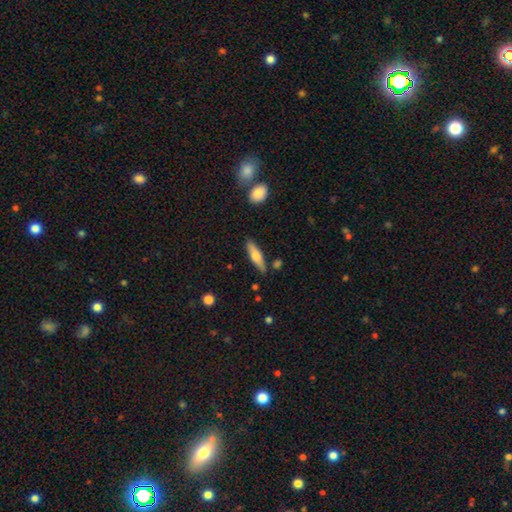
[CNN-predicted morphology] The model was most divided on "smooth or featured": smooth: 57%, featured or disk: 37%, star or artifact: 6%. More confident: merging — none (84%); how rounded — cigar-shaped (63%).